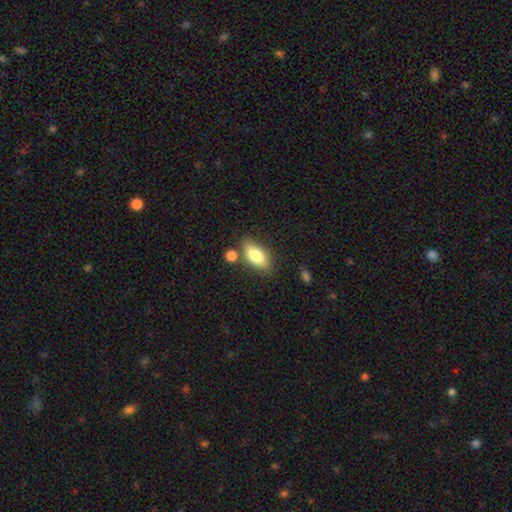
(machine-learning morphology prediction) type=smooth (78%); roundness=in between (87%); merging=none (73%).